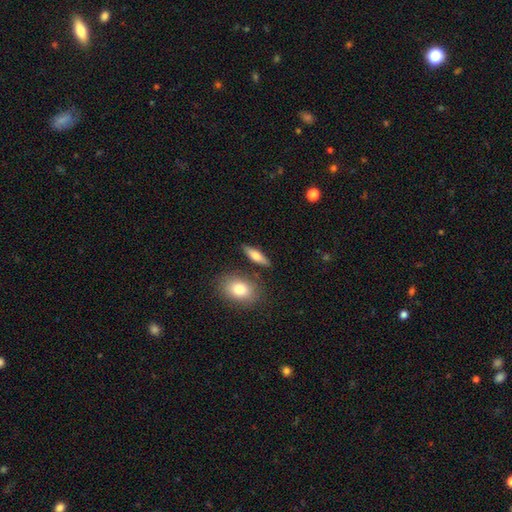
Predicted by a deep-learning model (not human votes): Smooth or featured?
  - smooth: 67% *
  - featured or disk: 27%
  - star or artifact: 7%
How rounded?
  - cigar-shaped: 49% *
  - in between: 46%
  - round: 5%
Merging?
  - none: 82% *
  - minor disturbance: 10%
  - merger: 5%
  - major disturbance: 3%